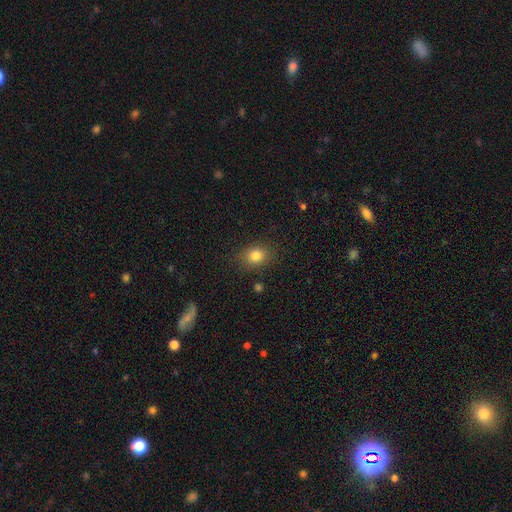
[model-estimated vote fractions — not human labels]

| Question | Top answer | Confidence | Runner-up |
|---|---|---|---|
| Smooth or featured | smooth | 82% | star or artifact (11%) |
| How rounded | in between | 52% | round (46%) |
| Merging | none | 83% | minor disturbance (12%) |